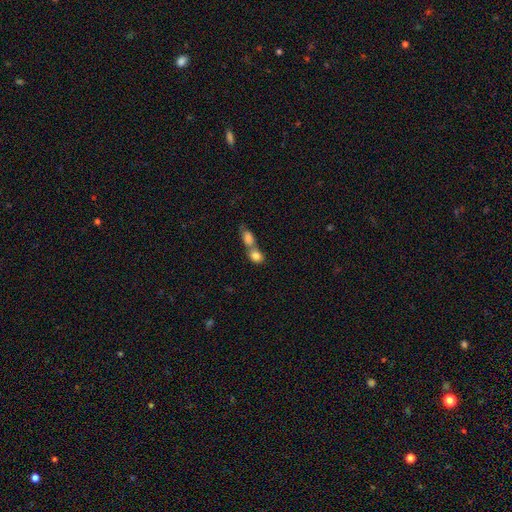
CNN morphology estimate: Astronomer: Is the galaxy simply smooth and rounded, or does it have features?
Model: smooth — 81%.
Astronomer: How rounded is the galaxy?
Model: in between — 49% (runner-up: round, 47%).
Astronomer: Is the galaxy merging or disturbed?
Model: merger — 69%.